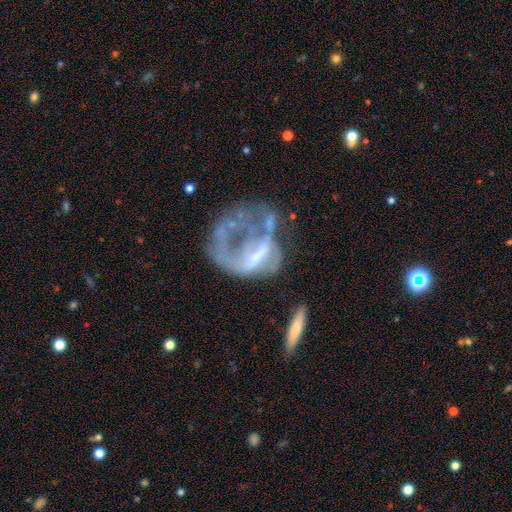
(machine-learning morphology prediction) Smooth or featured?
  - featured or disk: 73% *
  - smooth: 18%
  - star or artifact: 9%
Edge-on disk?
  - no: 97% *
  - yes: 3%
Bar?
  - no: 46% *
  - weak: 33%
  - strong: 22%
Spiral arms?
  - no: 52% *
  - yes: 48%
Bulge size?
  - none: 50% *
  - small: 25%
  - moderate: 19%
  - large: 4%
  - dominant: 2%
Merging?
  - major disturbance: 53% *
  - none: 22%
  - merger: 13%
  - minor disturbance: 12%